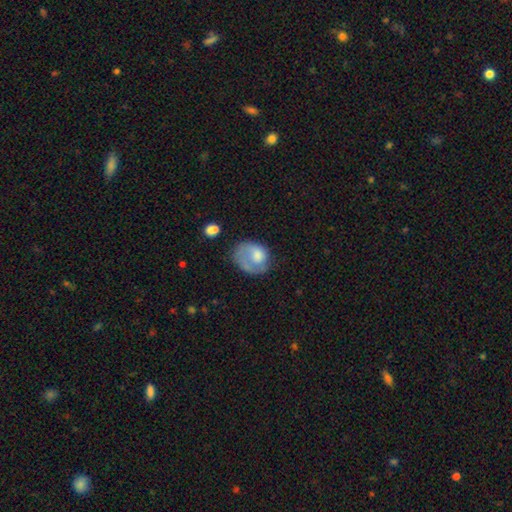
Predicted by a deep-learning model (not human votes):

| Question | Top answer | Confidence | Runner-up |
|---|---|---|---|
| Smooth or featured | smooth | 56% | featured or disk (37%) |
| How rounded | in between | 54% | round (45%) |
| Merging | none | 39% | major disturbance (32%) |